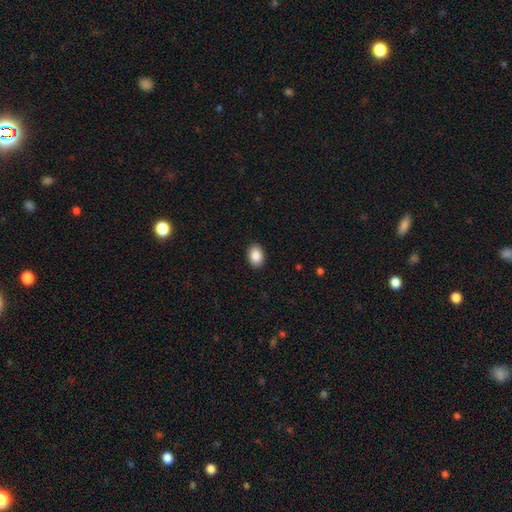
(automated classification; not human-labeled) Smooth or featured?
  - smooth: 88% *
  - star or artifact: 8%
  - featured or disk: 4%
How rounded?
  - in between: 82% *
  - round: 17%
  - cigar-shaped: 1%
Merging?
  - none: 91% *
  - minor disturbance: 7%
  - major disturbance: 2%
  - merger: 1%